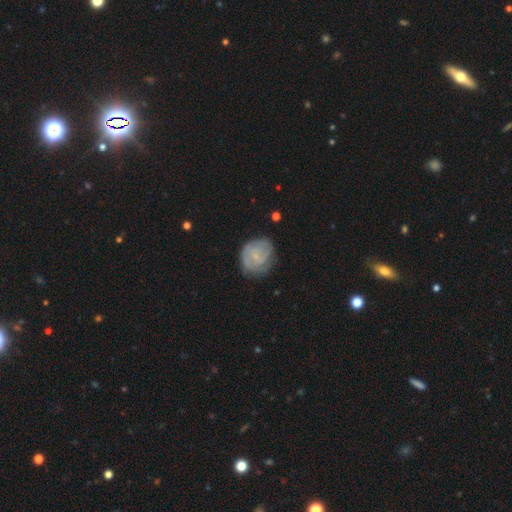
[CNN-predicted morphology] The model was most divided on "bar": no: 57%, weak: 37%, strong: 6%. More confident: edge-on disk — no (98%); spiral arms — yes (78%); bulge size — small (66%); merging — none (63%); smooth or featured — featured or disk (57%).